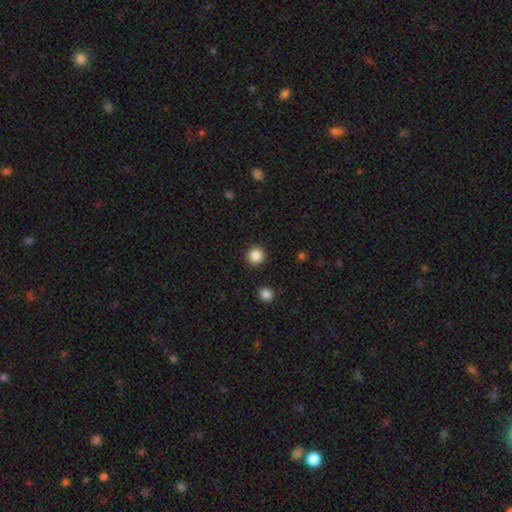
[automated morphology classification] smooth_or_featured: smooth (p=0.87) [alt: star or artifact p=0.10]
how_rounded: round (p=0.95) [alt: in between p=0.04]
merging: none (p=0.92) [alt: minor disturbance p=0.05]